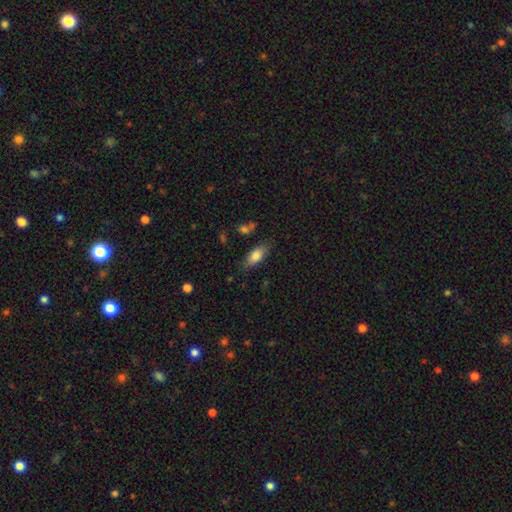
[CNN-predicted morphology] Smooth or featured: smooth — 80% (featured or disk — 13%)
How rounded: in between — 83% (cigar-shaped — 14%)
Merging: none — 74% (minor disturbance — 18%)